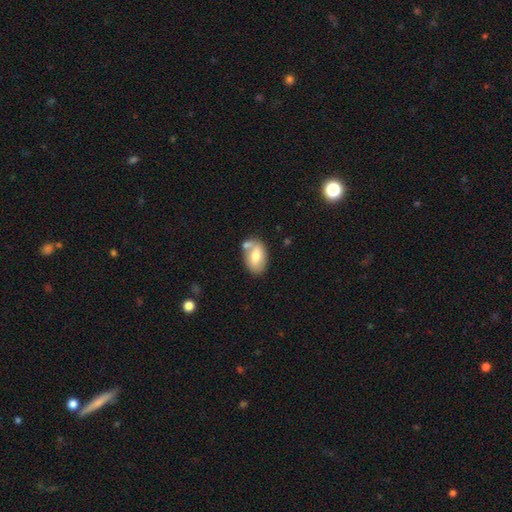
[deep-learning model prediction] This is likely a smooth galaxy (67%). How rounded: clearly in between (89%). Merging: possibly none (52%).